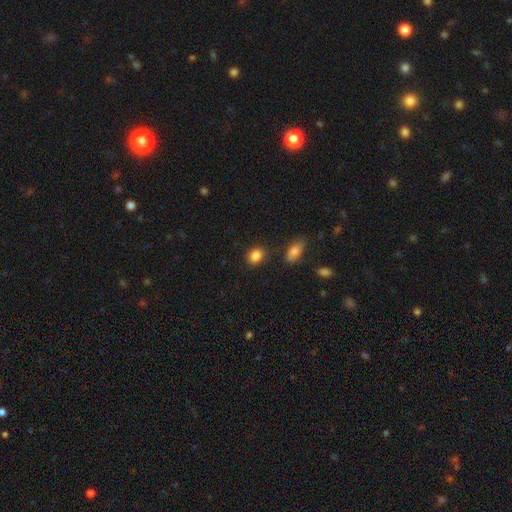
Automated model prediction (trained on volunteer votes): smooth_or_featured: smooth (p=0.86) [alt: star or artifact p=0.09]
how_rounded: round (p=0.55) [alt: in between p=0.44]
merging: none (p=0.84) [alt: minor disturbance p=0.09]